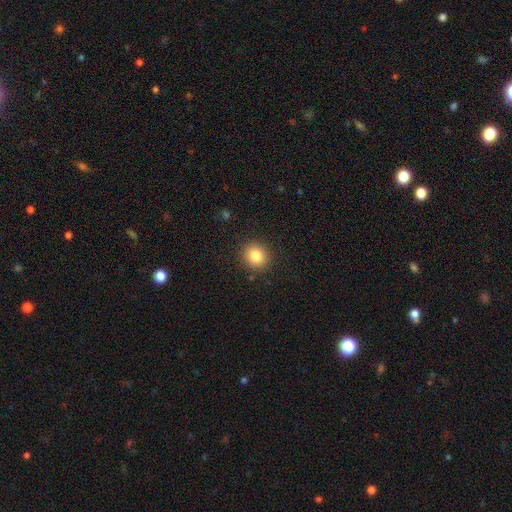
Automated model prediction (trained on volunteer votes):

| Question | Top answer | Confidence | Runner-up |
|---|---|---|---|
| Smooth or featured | smooth | 83% | star or artifact (11%) |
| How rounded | round | 87% | in between (12%) |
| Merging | none | 90% | minor disturbance (7%) |